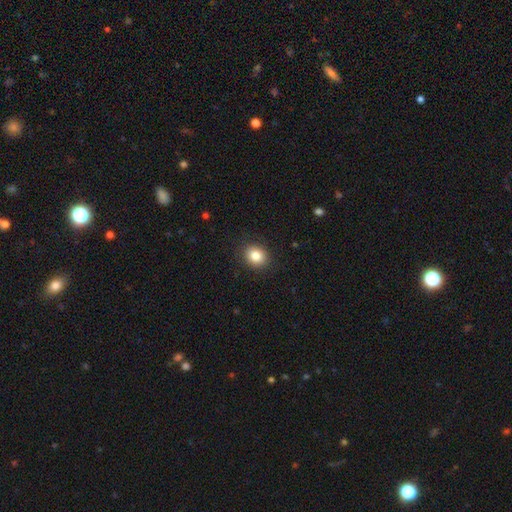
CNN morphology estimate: This is clearly a smooth galaxy (84%). How rounded: likely round (68%). Merging: clearly none (89%).